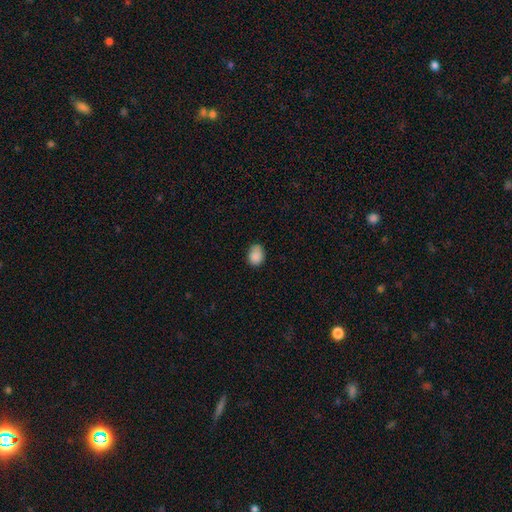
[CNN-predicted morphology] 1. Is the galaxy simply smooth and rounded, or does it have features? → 88% smooth, 8% star or artifact, 4% featured or disk.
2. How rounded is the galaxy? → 56% in between, 43% round, 1% cigar-shaped.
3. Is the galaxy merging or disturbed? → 75% none, 20% minor disturbance, 3% major disturbance, 1% merger.